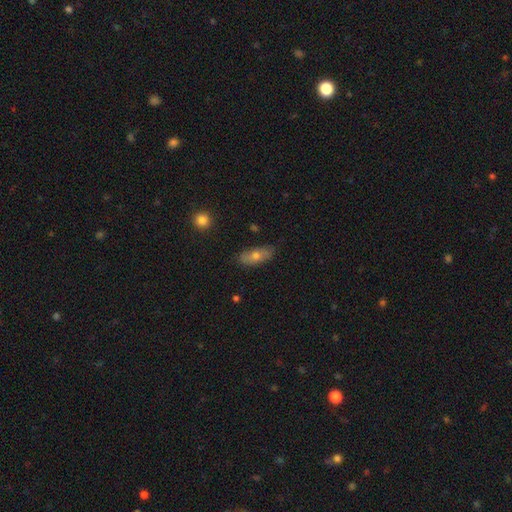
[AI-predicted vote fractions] Overall: smooth (60%; featured or disk 30%). How rounded: in between (73%). Merging: none (80%).